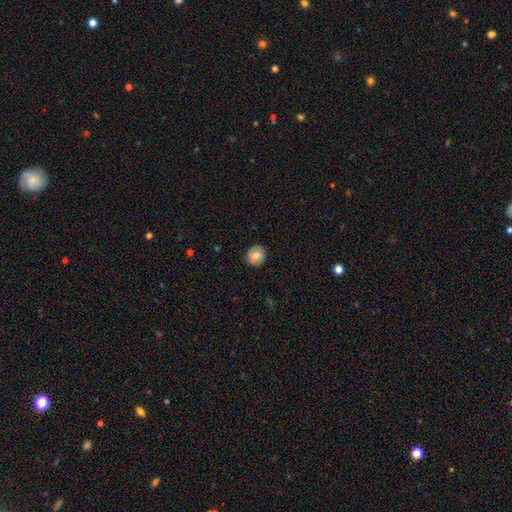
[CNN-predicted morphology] A smooth galaxy with no disk features (69%) that is round (87%).

Vote fractions:
- Smooth or featured? smooth: 69% / featured or disk: 22% / star or artifact: 9%
- How rounded? round: 87% / in between: 12% / cigar-shaped: 1%
- Merging? none: 76% / minor disturbance: 12% / merger: 9% / major disturbance: 3%